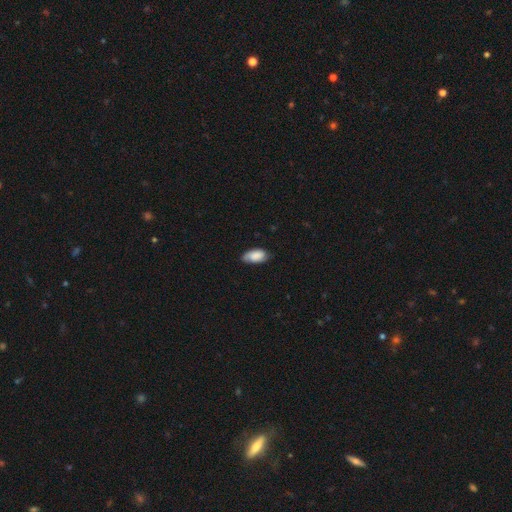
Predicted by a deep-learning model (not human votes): Overall: smooth (80%). How rounded: in between (93%). Merging: none (71%).